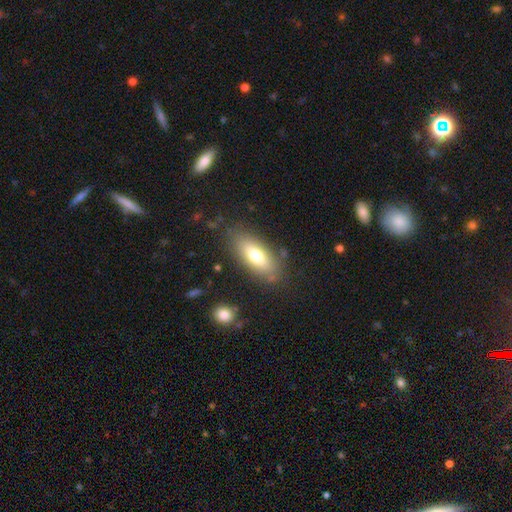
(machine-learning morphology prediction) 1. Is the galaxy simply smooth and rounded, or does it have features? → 72% smooth, 20% featured or disk, 7% star or artifact.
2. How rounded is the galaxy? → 77% in between, 20% cigar-shaped, 3% round.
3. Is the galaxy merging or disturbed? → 82% none, 12% minor disturbance, 4% major disturbance, 2% merger.